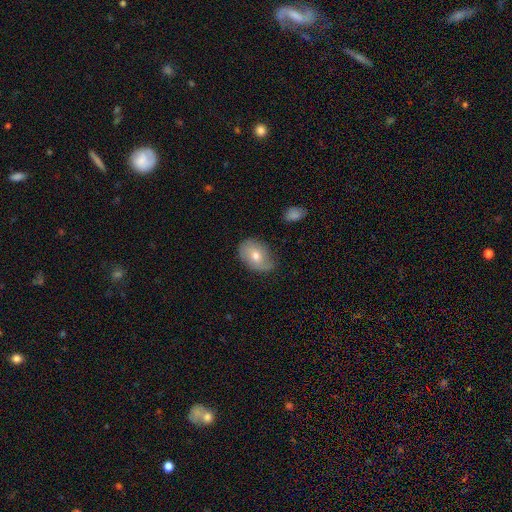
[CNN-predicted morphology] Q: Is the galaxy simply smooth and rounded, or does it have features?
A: smooth — 60%.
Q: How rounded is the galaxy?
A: in between — 80%.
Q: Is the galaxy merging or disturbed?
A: none — 64%.